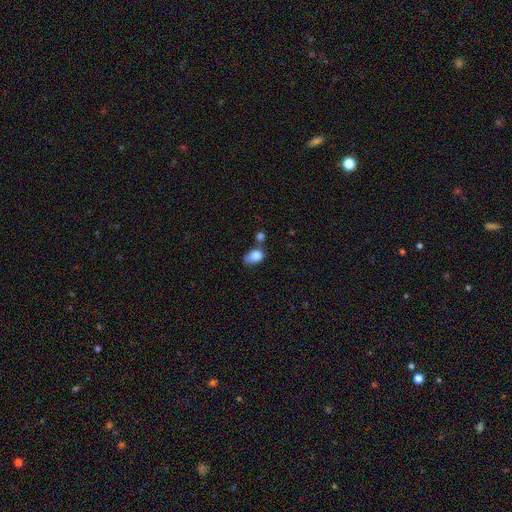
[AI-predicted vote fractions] This is clearly a smooth galaxy (83%). How rounded: likely in between (80%). Merging: marginally none (36%).